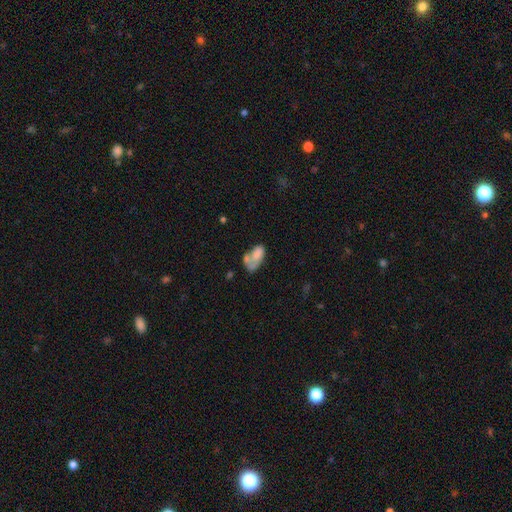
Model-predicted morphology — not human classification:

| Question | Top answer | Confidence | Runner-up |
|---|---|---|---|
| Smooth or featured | smooth | 63% | featured or disk (27%) |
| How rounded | in between | 91% | round (6%) |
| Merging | merger | 31% | none (28%) |